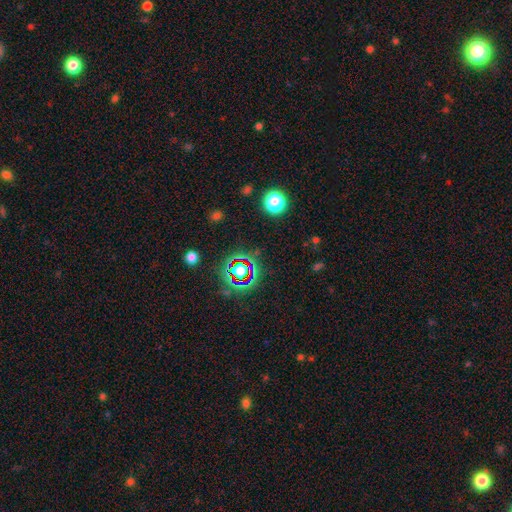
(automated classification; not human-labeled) Smooth or featured? star or artifact (50%)